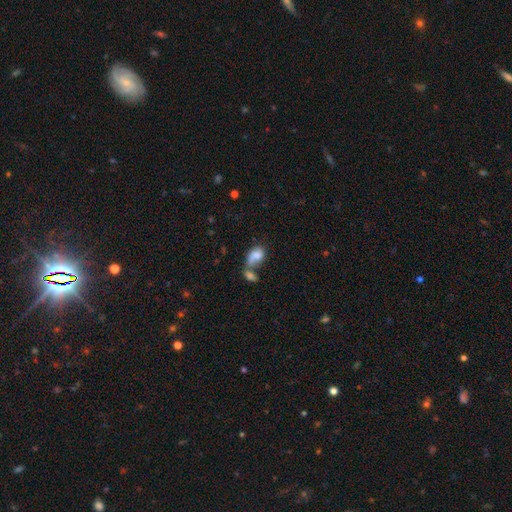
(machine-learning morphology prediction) Q: Smooth or featured?
A: smooth (71%); runner-up: featured or disk (20%)
Q: How rounded?
A: in between (81%); runner-up: round (16%)
Q: Merging?
A: merger (62%); runner-up: none (16%)